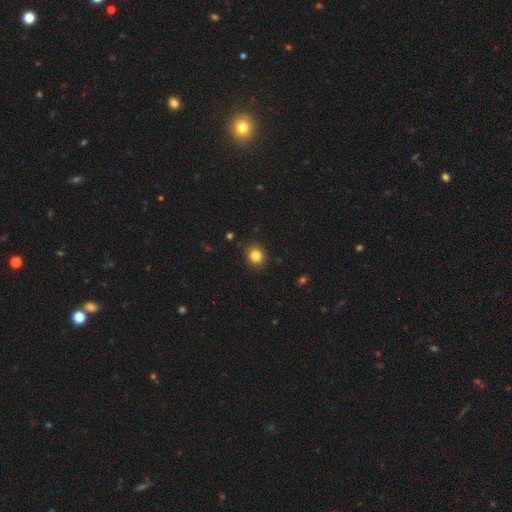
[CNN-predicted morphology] Smooth or featured: smooth — 83% (star or artifact — 11%)
How rounded: round — 75% (in between — 24%)
Merging: none — 90% (minor disturbance — 7%)